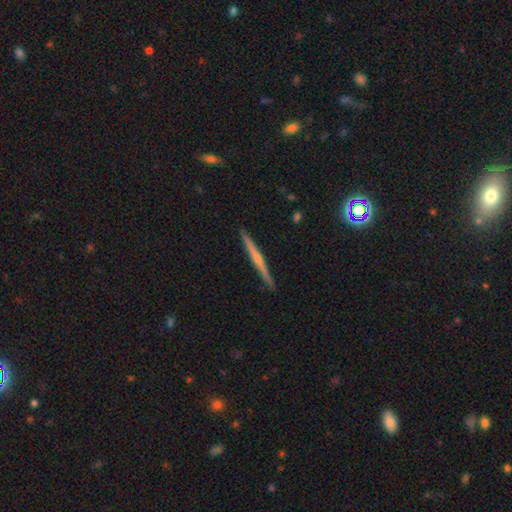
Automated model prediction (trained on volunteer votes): A featured or disk galaxy (65%) viewed edge-on (97%) with a rounded central bulge (57%). Merging: none (91%).